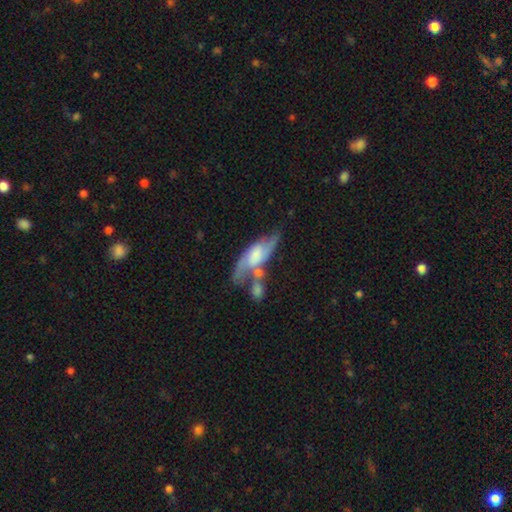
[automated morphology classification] smooth_or_featured: featured or disk (p=0.65) [alt: smooth p=0.29]
disk_edge_on: no (p=0.83) [alt: yes p=0.17]
bar: no (p=0.53) [alt: weak p=0.36]
has_spiral_arms: yes (p=0.85) [alt: no p=0.15]
bulge_size: moderate (p=0.36) [alt: small p=0.34]
merging: none (p=0.35) [alt: merger p=0.34]